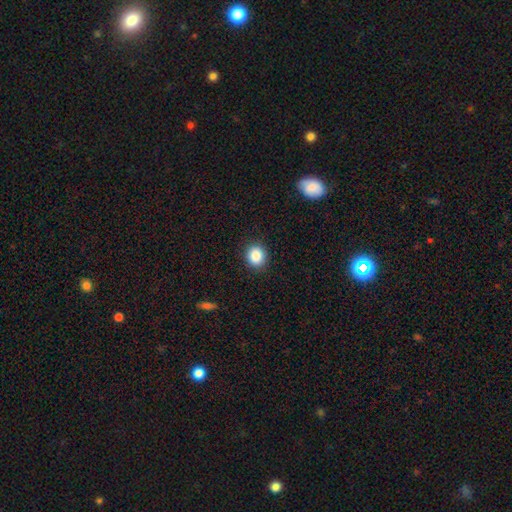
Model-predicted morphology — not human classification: A smooth galaxy with no disk features (86%) that is round (79%).

Vote fractions:
- Smooth or featured? smooth: 86% / star or artifact: 10% / featured or disk: 4%
- How rounded? round: 79% / in between: 20% / cigar-shaped: 1%
- Merging? none: 90% / minor disturbance: 7% / major disturbance: 2% / merger: 1%